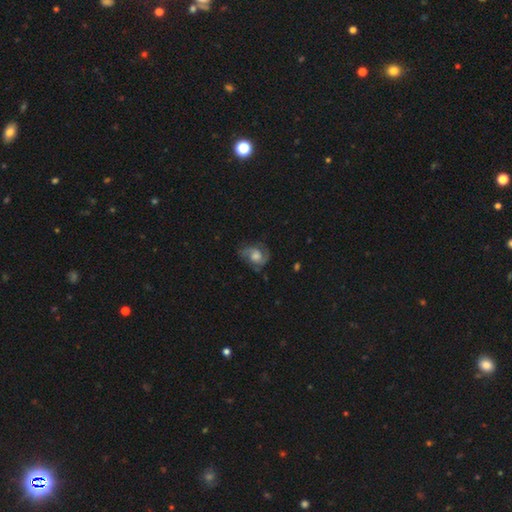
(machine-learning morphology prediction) Q: Smooth or featured?
A: featured or disk (67%); runner-up: smooth (24%)
Q: Edge-on disk?
A: no (97%); runner-up: yes (3%)
Q: Bar?
A: no (68%); runner-up: weak (27%)
Q: Spiral arms?
A: yes (91%); runner-up: no (9%)
Q: Spiral winding?
A: medium (49%); runner-up: tight (28%)
Q: Spiral arm count?
A: 2 (69%); runner-up: can't tell (12%)
Q: Bulge size?
A: moderate (40%); runner-up: large (38%)
Q: Merging?
A: none (63%); runner-up: minor disturbance (21%)